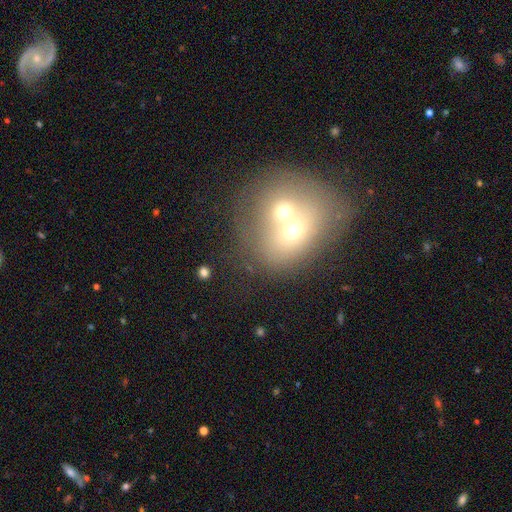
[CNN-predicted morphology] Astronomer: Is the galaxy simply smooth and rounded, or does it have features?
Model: smooth — 46% (runner-up: featured or disk, 34%).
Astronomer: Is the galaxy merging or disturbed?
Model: merger — 74%.